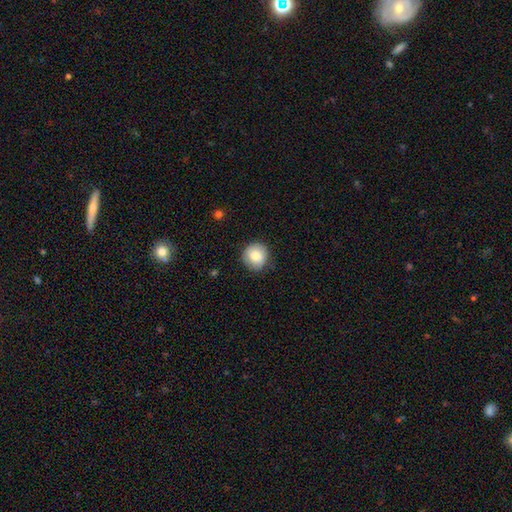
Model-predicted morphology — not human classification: The model was most divided on "merging": none: 82%, minor disturbance: 14%, major disturbance: 3%, merger: 1%. More confident: how rounded — round (91%); smooth or featured — smooth (82%).